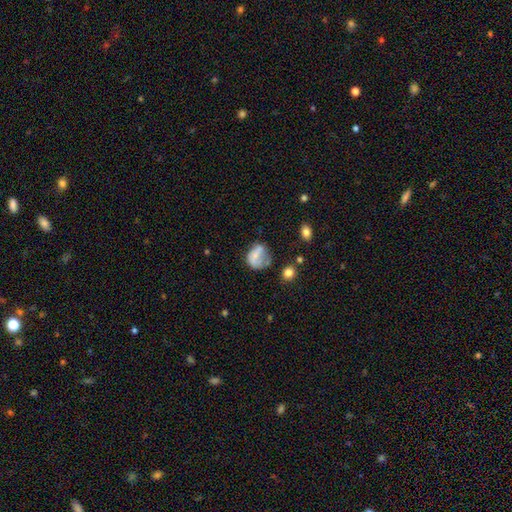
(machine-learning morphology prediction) smooth_or_featured: smooth (p=0.60) [alt: featured or disk p=0.29]
how_rounded: round (p=0.56) [alt: in between p=0.42]
merging: none (p=0.37) [alt: minor disturbance p=0.29]